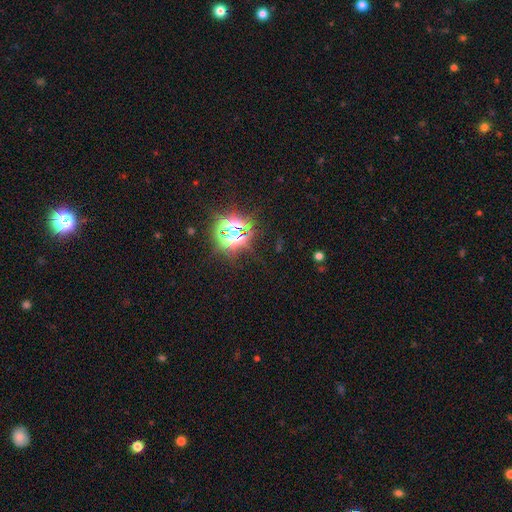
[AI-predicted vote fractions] Smooth or featured? star or artifact (83%)